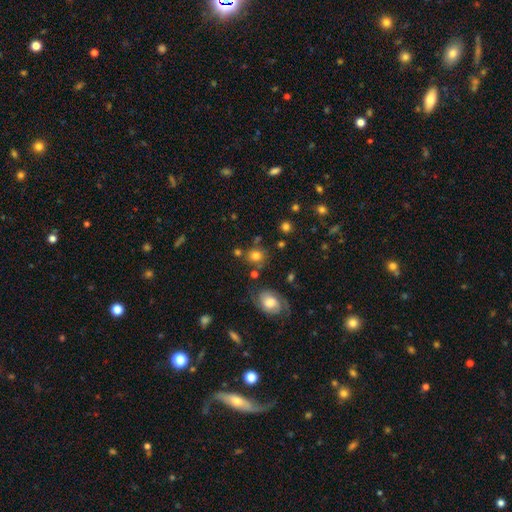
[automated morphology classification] The model was most divided on "how rounded": round: 77%, in between: 22%, cigar-shaped: 1%. More confident: smooth or featured — smooth (75%); merging — none (72%).